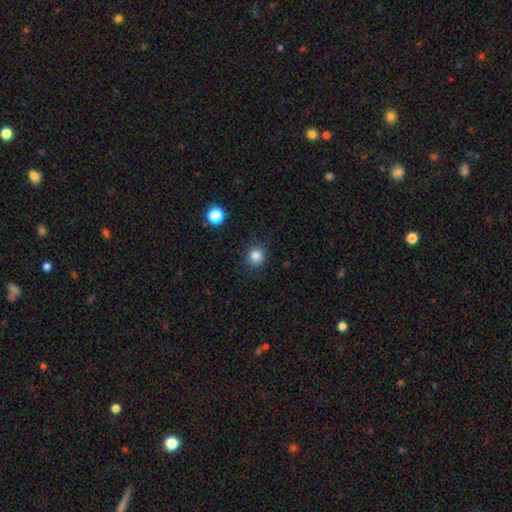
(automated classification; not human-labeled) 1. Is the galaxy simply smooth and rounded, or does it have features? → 84% smooth, 12% star or artifact, 4% featured or disk.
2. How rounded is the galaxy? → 91% round, 8% in between, 1% cigar-shaped.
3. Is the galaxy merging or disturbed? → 87% none, 9% minor disturbance, 3% major disturbance, 1% merger.